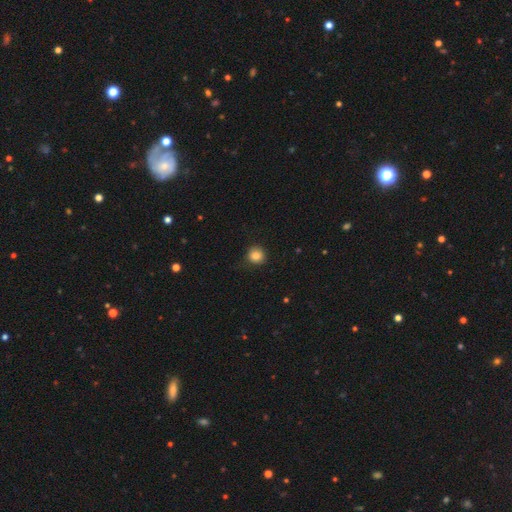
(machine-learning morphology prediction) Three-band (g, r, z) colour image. It shows a smooth galaxy with no disk features (85%) that is round (89%). Merging: none (83%).